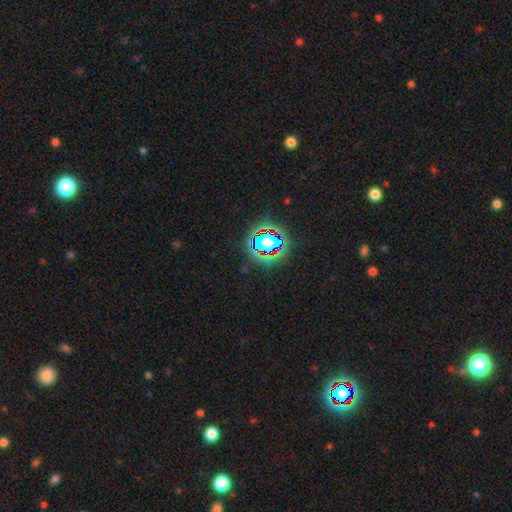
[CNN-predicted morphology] Smooth or featured: star or artifact — 79% (smooth — 12%)